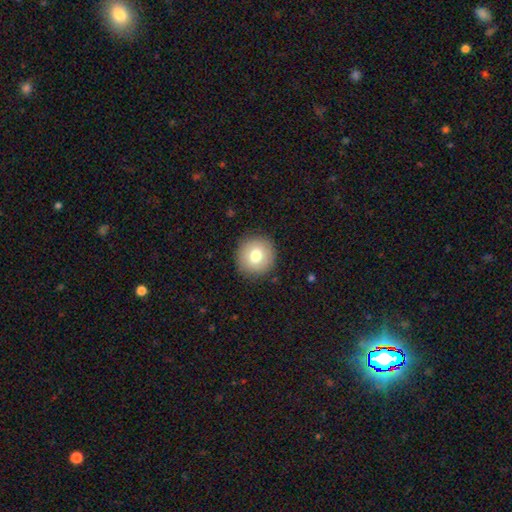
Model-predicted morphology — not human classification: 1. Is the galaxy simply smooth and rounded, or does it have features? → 76% smooth, 14% featured or disk, 10% star or artifact.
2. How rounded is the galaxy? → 93% round, 6% in between, 1% cigar-shaped.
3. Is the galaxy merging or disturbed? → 90% none, 7% minor disturbance, 2% major disturbance, 1% merger.